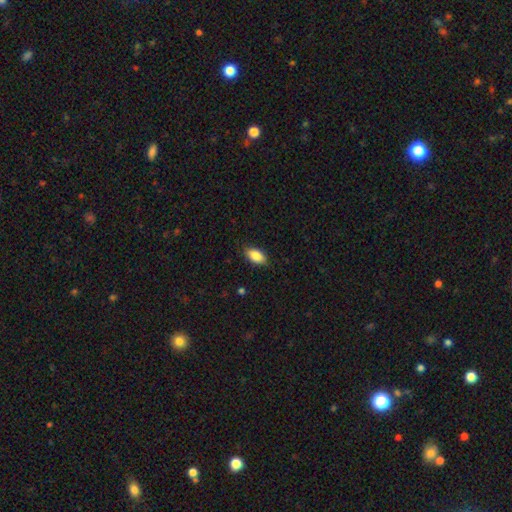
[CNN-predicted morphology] This appears to be a smooth galaxy with no disk features (87%) that is in between round and cigar-shaped (92%). Merging: none (86%).